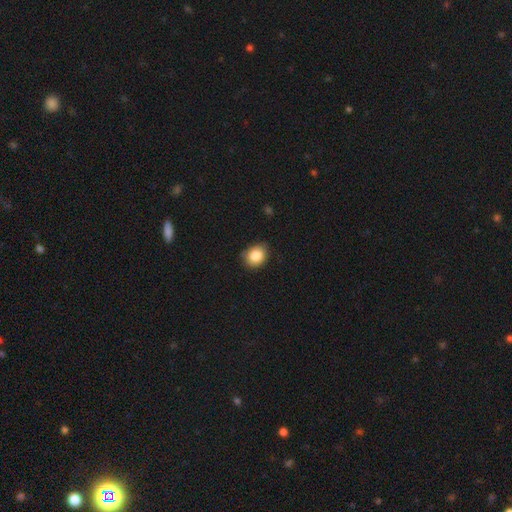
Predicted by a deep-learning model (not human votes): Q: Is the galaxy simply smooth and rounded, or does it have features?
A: smooth — 85%.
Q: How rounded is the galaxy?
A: round — 55%.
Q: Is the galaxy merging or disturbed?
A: none — 77%.